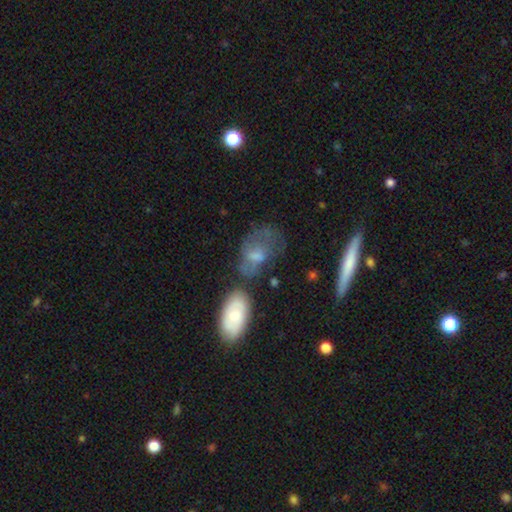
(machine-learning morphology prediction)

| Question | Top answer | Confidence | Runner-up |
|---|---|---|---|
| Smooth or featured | smooth | 55% | featured or disk (34%) |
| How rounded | in between | 80% | round (16%) |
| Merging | none | 37% | major disturbance (24%) |